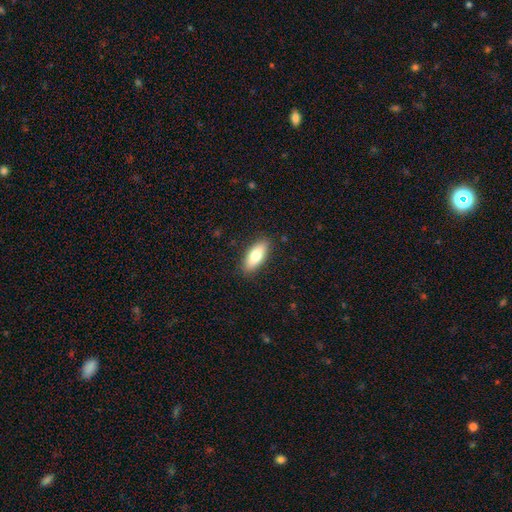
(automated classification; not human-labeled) Smooth or featured? smooth (77%)
How rounded? in between (76%)
Merging? none (87%)